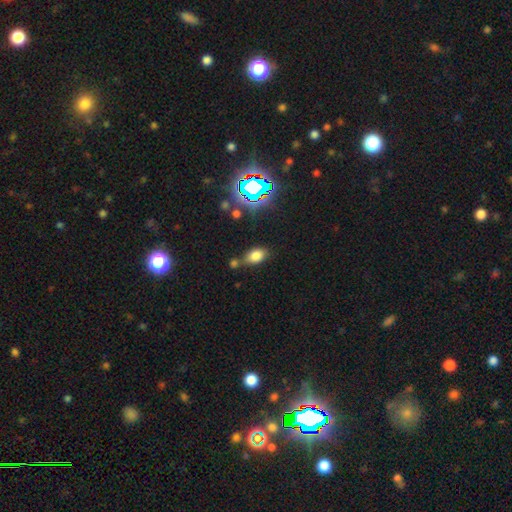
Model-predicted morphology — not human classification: Smooth or featured?
  - smooth: 74% *
  - star or artifact: 17%
  - featured or disk: 9%
How rounded?
  - in between: 85% *
  - round: 12%
  - cigar-shaped: 3%
Merging?
  - none: 60% *
  - merger: 18%
  - minor disturbance: 17%
  - major disturbance: 5%